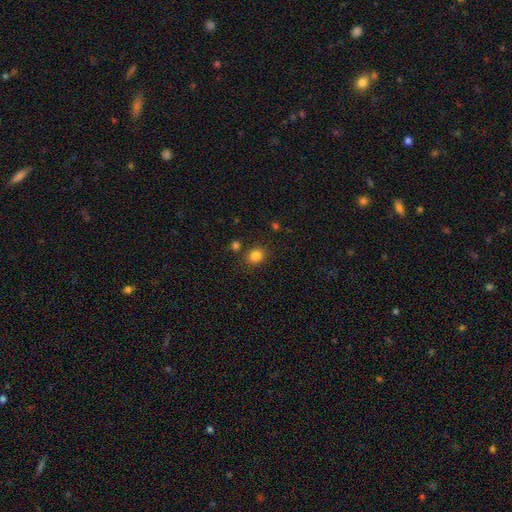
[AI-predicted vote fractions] Overall: smooth (84%). How rounded: round (72%). Merging: none (83%).